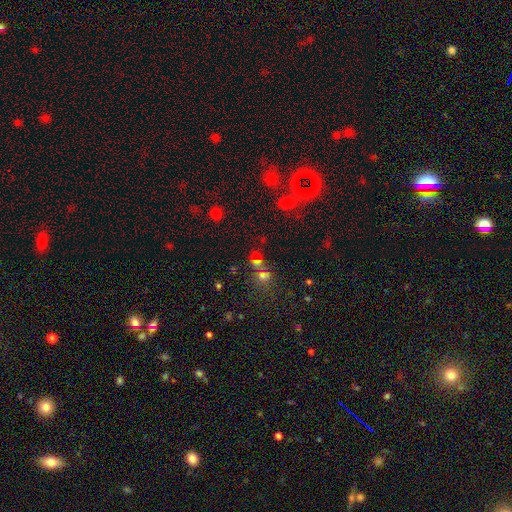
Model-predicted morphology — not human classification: Smooth or featured? smooth (51%)
How rounded? round (70%)
Merging? none (45%)